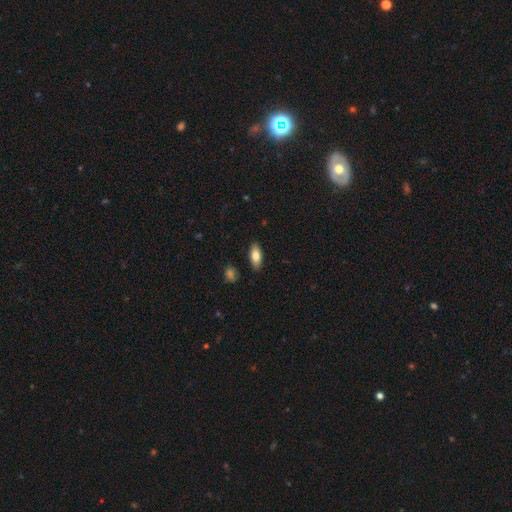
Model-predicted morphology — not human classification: Smooth or featured? smooth (79%)
How rounded? in between (85%)
Merging? none (87%)